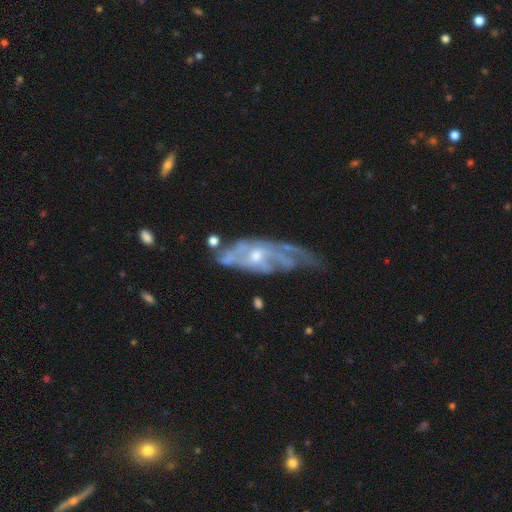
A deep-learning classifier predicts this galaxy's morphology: Q: Smooth or featured?
A: featured or disk (80%); runner-up: smooth (13%)
Q: Edge-on disk?
A: no (86%); runner-up: yes (14%)
Q: Bar?
A: no (63%); runner-up: weak (30%)
Q: Spiral arms?
A: yes (79%); runner-up: no (21%)
Q: Spiral winding?
A: tight (40%); runner-up: medium (39%)
Q: Spiral arm count?
A: can't tell (47%); runner-up: 2 (25%)
Q: Bulge size?
A: small (51%); runner-up: moderate (43%)
Q: Merging?
A: none (40%); runner-up: minor disturbance (29%)